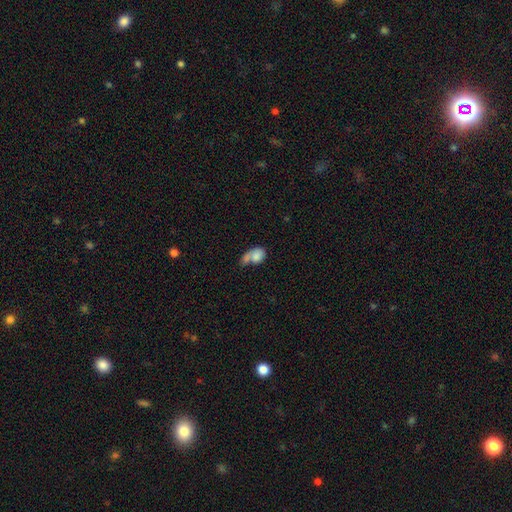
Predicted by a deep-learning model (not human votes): A smooth galaxy with no disk features (73%) that is in between round and cigar-shaped (75%).

Vote fractions:
- Smooth or featured? smooth: 73% / featured or disk: 19% / star or artifact: 8%
- How rounded? in between: 75% / round: 23% / cigar-shaped: 2%
- Merging? merger: 45% / none: 22% / major disturbance: 19% / minor disturbance: 15%